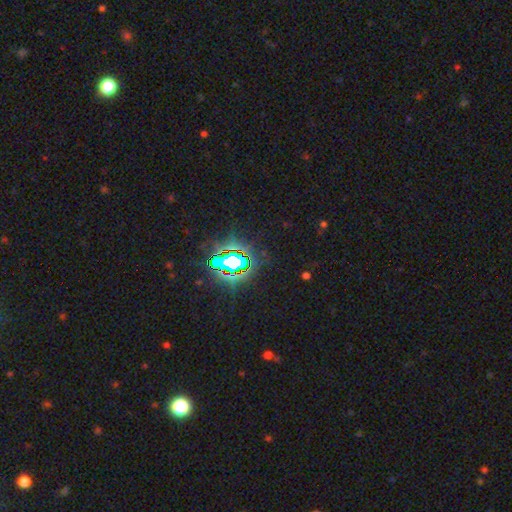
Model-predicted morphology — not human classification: Q: Smooth or featured?
A: star or artifact (84%); runner-up: smooth (10%)